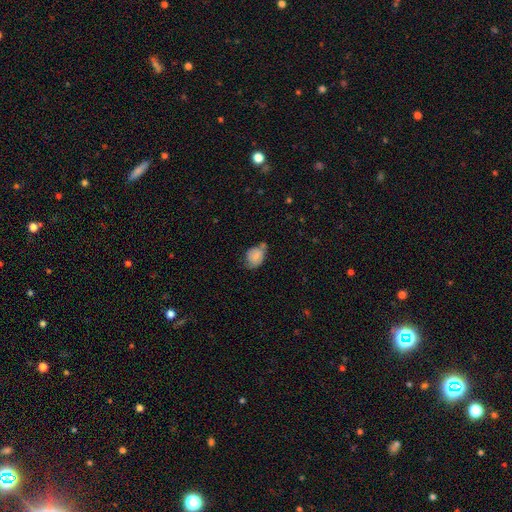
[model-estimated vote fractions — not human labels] The model was most divided on "merging": none: 41%, minor disturbance: 37%, merger: 13%, major disturbance: 10%. More confident: smooth or featured — smooth (78%); how rounded — in between (60%).